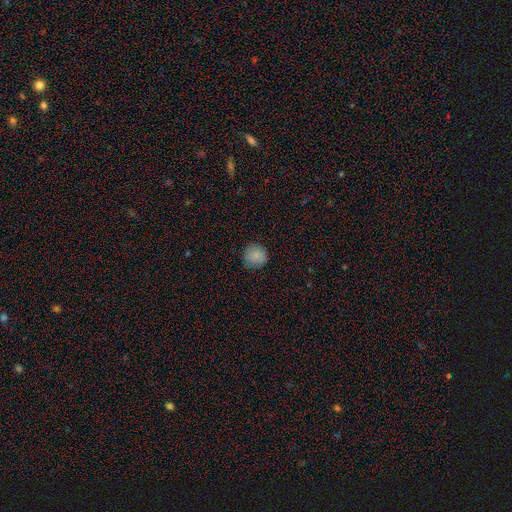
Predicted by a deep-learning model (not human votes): A smooth galaxy with no disk features (85%) that is round (93%).

Vote fractions:
- Smooth or featured? smooth: 85% / star or artifact: 9% / featured or disk: 6%
- How rounded? round: 93% / in between: 6% / cigar-shaped: 1%
- Merging? none: 85% / minor disturbance: 12% / major disturbance: 3% / merger: 1%